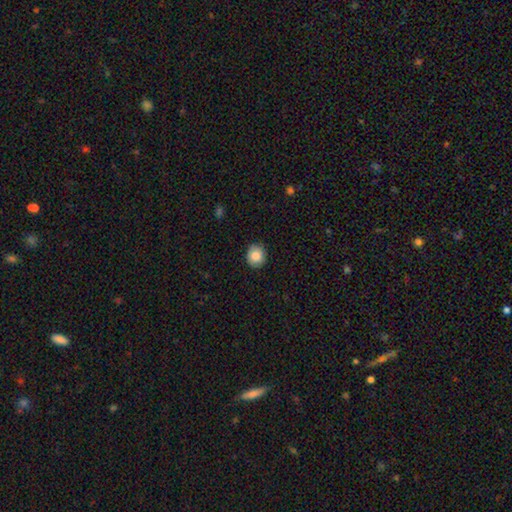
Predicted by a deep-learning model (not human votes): smooth-or-featured: smooth: 85% | star or artifact: 8% | featured or disk: 7%
  how-rounded: round: 72% | in between: 28% | cigar-shaped: 1%
  merging: none: 88% | minor disturbance: 9% | major disturbance: 2% | merger: 1%